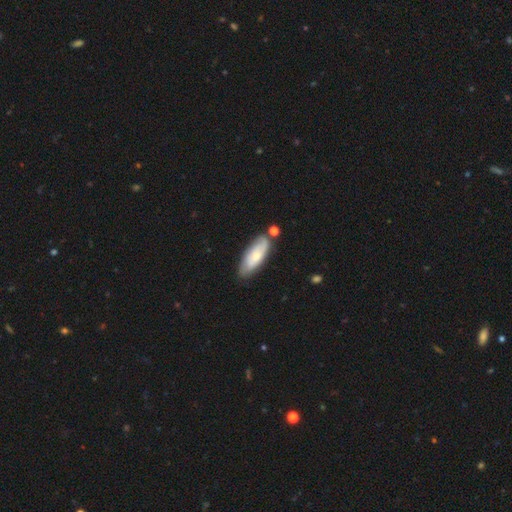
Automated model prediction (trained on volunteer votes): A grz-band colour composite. It shows a smooth galaxy with no disk features (54%) that is in between round and cigar-shaped (68%). Merging: none (69%).